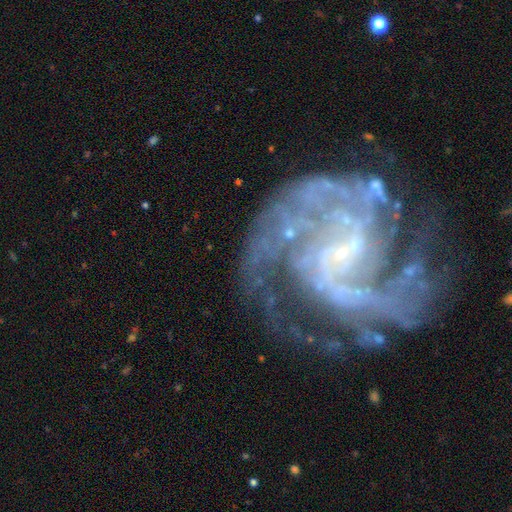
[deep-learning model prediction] The model was most divided on "spiral arm count": 2: 29%, 3: 21%, can't tell: 20%, 4: 12%, more than 4: 9%, 1: 9%. Remaining: edge-on disk — no (98%); spiral arms — yes (95%); smooth or featured — featured or disk (87%); bulge size — small (80%); bar — no (49%); merging — none (47%); spiral winding — medium (46%).